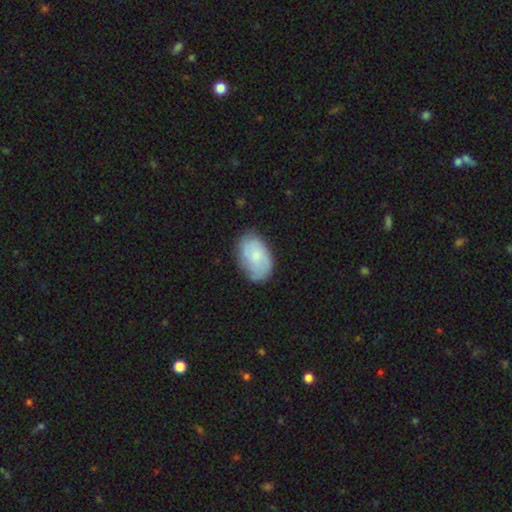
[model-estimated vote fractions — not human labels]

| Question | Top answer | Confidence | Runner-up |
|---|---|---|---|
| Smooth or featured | smooth | 70% | featured or disk (23%) |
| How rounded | in between | 91% | round (7%) |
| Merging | none | 66% | minor disturbance (26%) |